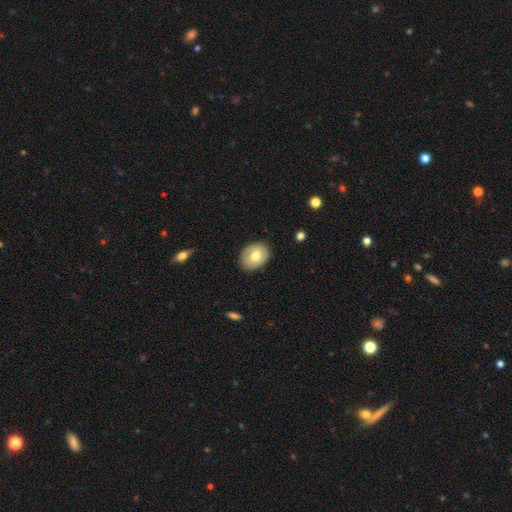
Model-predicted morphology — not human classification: The model was most divided on "how rounded": in between: 59%, round: 40%, cigar-shaped: 1%. More confident: merging — none (84%); smooth or featured — smooth (71%).